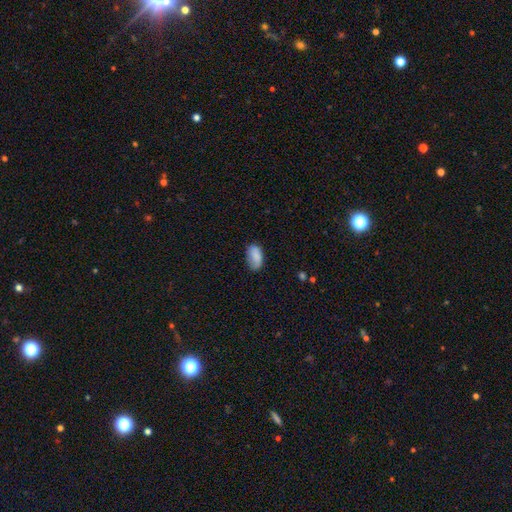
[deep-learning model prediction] This appears to be a smooth galaxy with no disk features (85%) that is in between round and cigar-shaped (93%). Merging: none (65%).